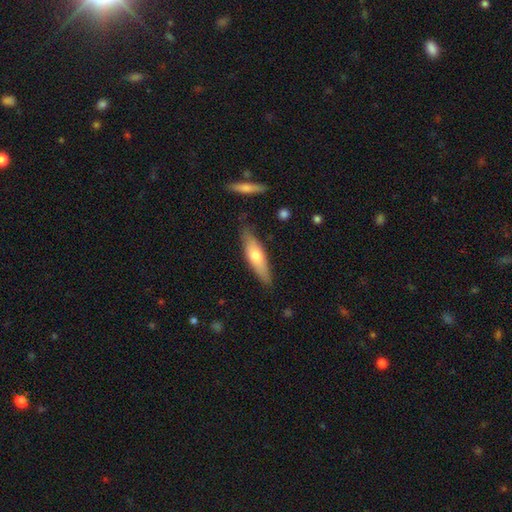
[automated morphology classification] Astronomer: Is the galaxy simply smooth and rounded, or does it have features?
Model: smooth — 59% (runner-up: featured or disk, 35%).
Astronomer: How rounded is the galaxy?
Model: cigar-shaped — 63%.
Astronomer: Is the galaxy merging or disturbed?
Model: none — 82%.